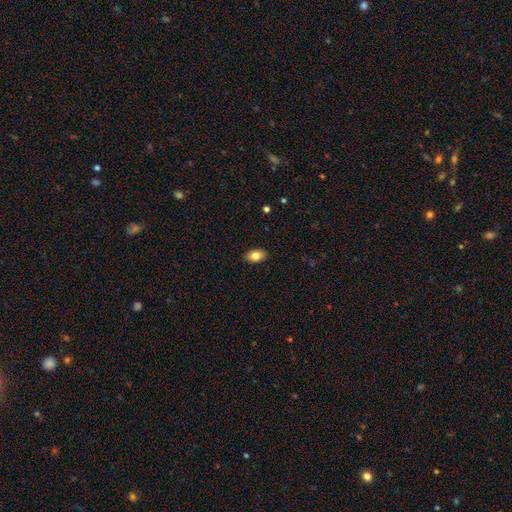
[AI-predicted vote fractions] Overall: smooth (83%). How rounded: in between (88%). Merging: none (89%).